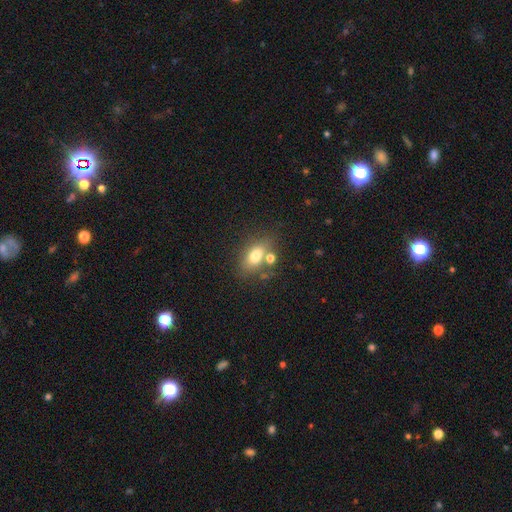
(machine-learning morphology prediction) A smooth galaxy with no disk features (75%) that is in between round and cigar-shaped (80%).

Vote fractions:
- Smooth or featured? smooth: 75% / featured or disk: 14% / star or artifact: 11%
- How rounded? in between: 80% / round: 15% / cigar-shaped: 4%
- Merging? none: 63% / merger: 18% / minor disturbance: 14% / major disturbance: 5%